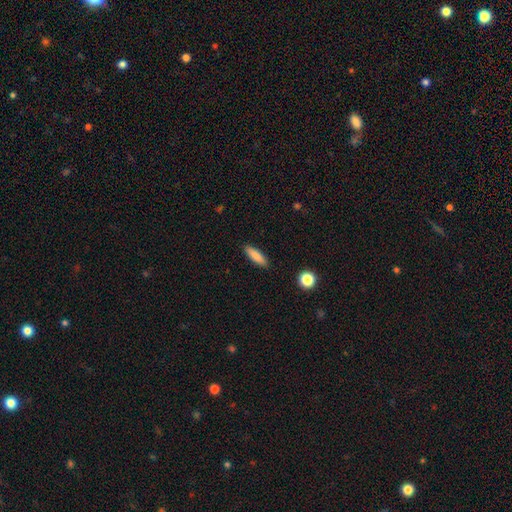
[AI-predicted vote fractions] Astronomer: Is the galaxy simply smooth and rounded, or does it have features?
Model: smooth — 84%.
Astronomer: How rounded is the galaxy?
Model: cigar-shaped — 59% (runner-up: in between, 39%).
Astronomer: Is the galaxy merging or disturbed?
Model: none — 89%.